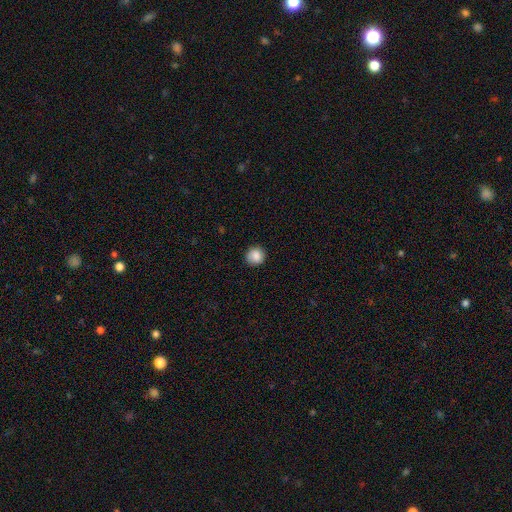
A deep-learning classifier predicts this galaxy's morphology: smooth_or_featured: smooth (p=0.86) [alt: star or artifact p=0.09]
how_rounded: round (p=0.91) [alt: in between p=0.08]
merging: none (p=0.85) [alt: minor disturbance p=0.11]